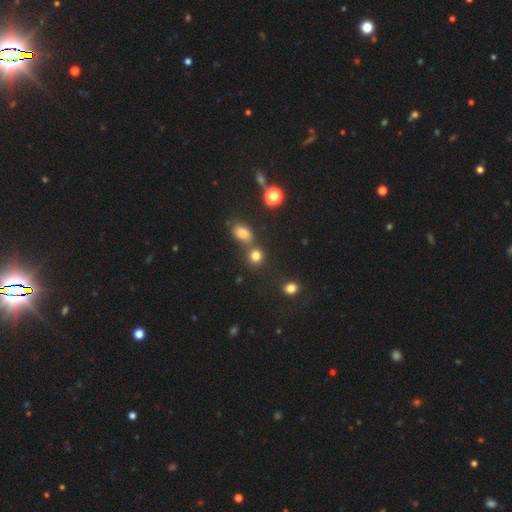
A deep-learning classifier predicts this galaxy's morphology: type=smooth (77%); roundness=round (80%); merging=none (63%).